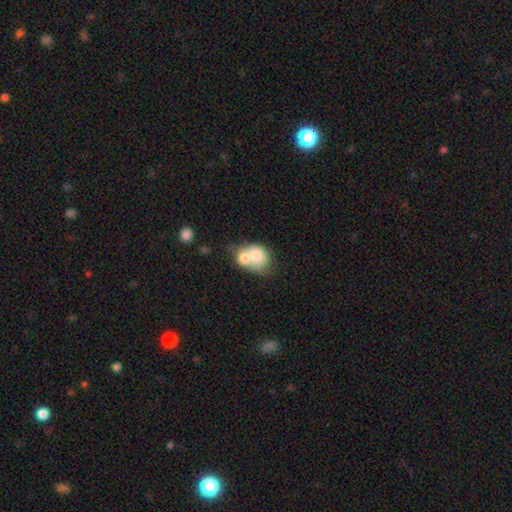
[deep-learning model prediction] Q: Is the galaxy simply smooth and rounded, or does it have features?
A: smooth — 72%.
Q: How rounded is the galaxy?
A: round — 53%.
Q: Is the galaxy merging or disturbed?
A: merger — 73%.